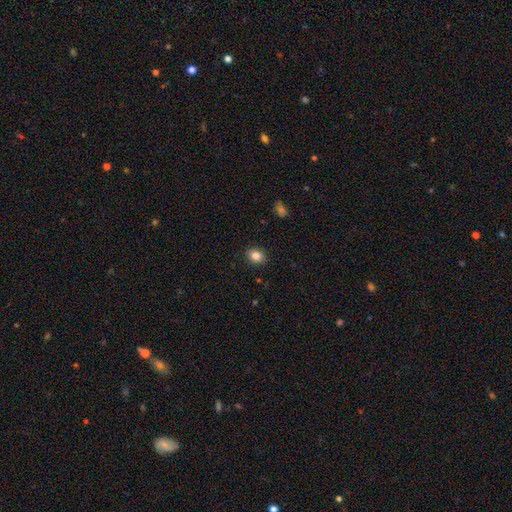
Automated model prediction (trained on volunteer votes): Smooth or featured?
  - smooth: 85% *
  - star or artifact: 9%
  - featured or disk: 6%
How rounded?
  - in between: 53% *
  - round: 46%
  - cigar-shaped: 1%
Merging?
  - none: 90% *
  - minor disturbance: 7%
  - major disturbance: 2%
  - merger: 1%